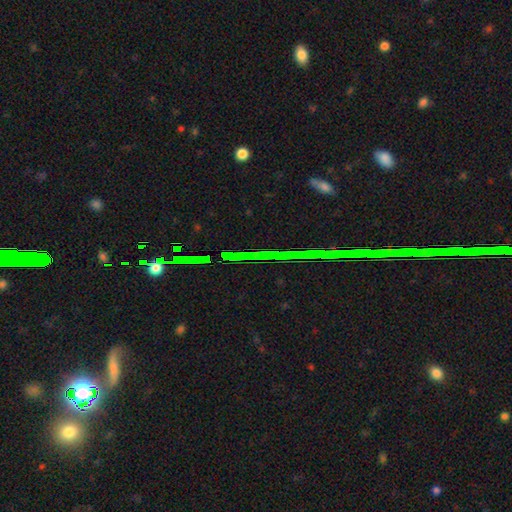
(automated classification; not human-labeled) Morphology: type=star or artifact (78%).